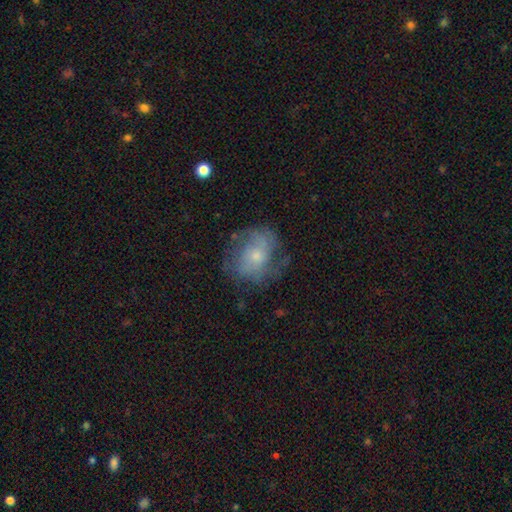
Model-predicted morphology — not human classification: Smooth or featured?
  - featured or disk: 53% *
  - smooth: 39%
  - star or artifact: 9%
Edge-on disk?
  - no: 97% *
  - yes: 3%
Bar?
  - no: 77% *
  - weak: 19%
  - strong: 4%
Spiral arms?
  - yes: 68% *
  - no: 32%
Bulge size?
  - small: 54% *
  - moderate: 36%
  - none: 4%
  - large: 4%
  - dominant: 1%
Merging?
  - none: 59% *
  - minor disturbance: 23%
  - major disturbance: 16%
  - merger: 2%